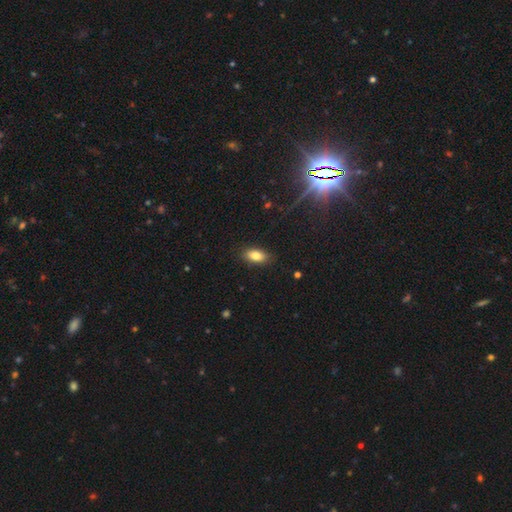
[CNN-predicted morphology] smooth_or_featured: smooth (p=0.83) [alt: featured or disk p=0.09]
how_rounded: in between (p=0.89) [alt: cigar-shaped p=0.06]
merging: none (p=0.87) [alt: minor disturbance p=0.09]